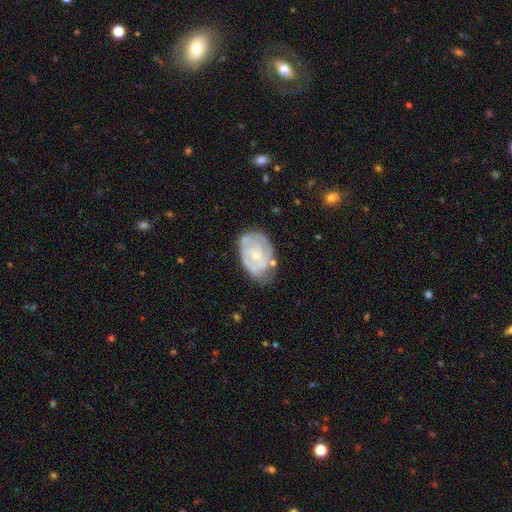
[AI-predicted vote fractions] A featured or disk galaxy (67%) with no bar (72%), spiral arms (62%) and a small central bulge (61%). Merging: none (56%).